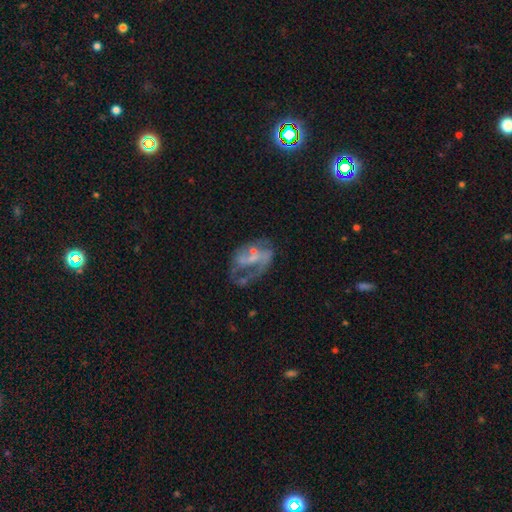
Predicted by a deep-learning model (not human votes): A featured or disk galaxy (68%) with no bar (55%), spiral arms (58%) and a small central bulge (47%). Merging: none (37%).